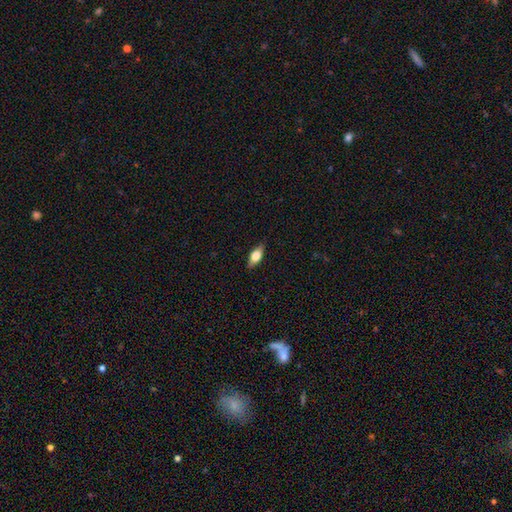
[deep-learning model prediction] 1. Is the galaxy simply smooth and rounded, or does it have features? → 61% smooth, 32% featured or disk, 7% star or artifact.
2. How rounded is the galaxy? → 78% in between, 18% cigar-shaped, 4% round.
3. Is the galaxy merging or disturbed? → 85% none, 12% minor disturbance, 2% major disturbance, 1% merger.